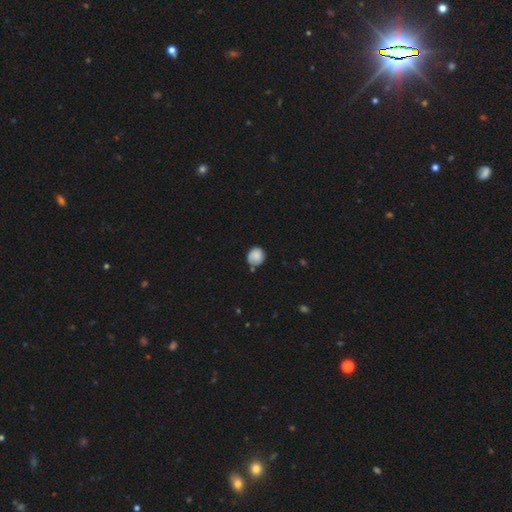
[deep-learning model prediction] A smooth galaxy with no disk features (79%) that is round (81%). Merging: none (61%).